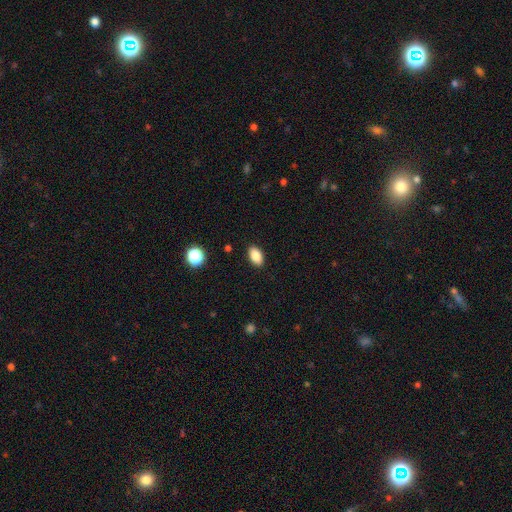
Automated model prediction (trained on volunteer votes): The model was most divided on "smooth or featured": smooth: 86%, star or artifact: 9%, featured or disk: 6%. More confident: how rounded — in between (91%); merging — none (89%).